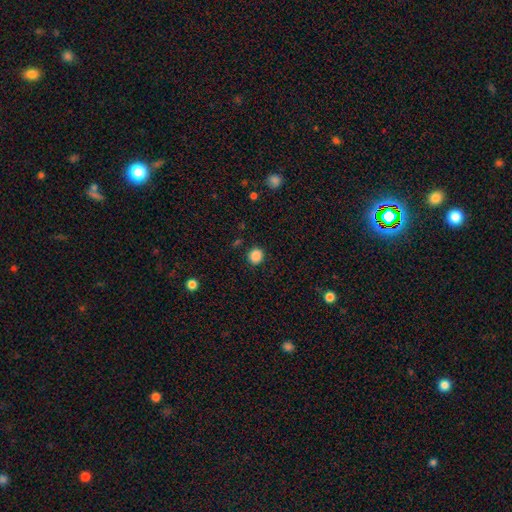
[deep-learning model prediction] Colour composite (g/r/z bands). It shows a smooth galaxy with no disk features (87%) that is round (87%). Merging: none (89%).